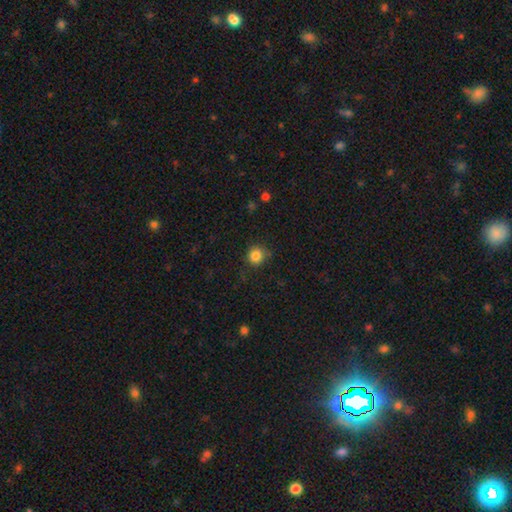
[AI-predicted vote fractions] A smooth galaxy with no disk features (84%) that is round (92%). Merging: none (82%).